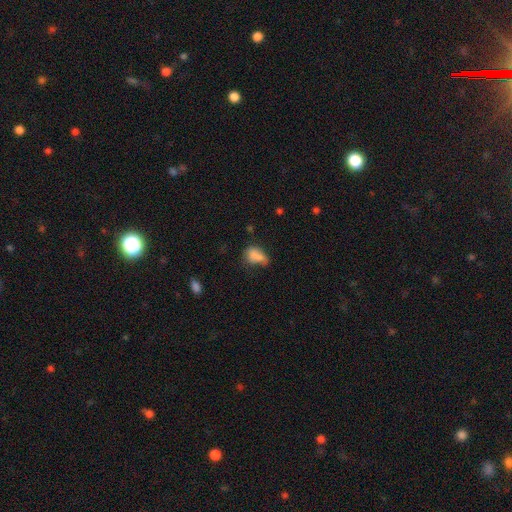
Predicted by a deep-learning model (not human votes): Smooth or featured? smooth (77%)
How rounded? in between (81%)
Merging? none (34%)